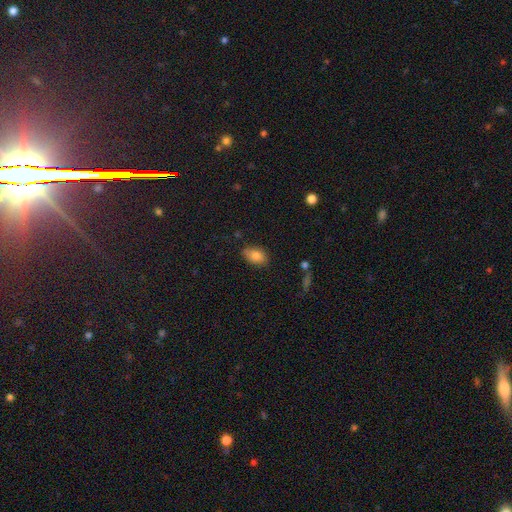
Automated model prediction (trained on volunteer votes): Morphology: type=smooth (83%); roundness=in between (84%); merging=none (77%).